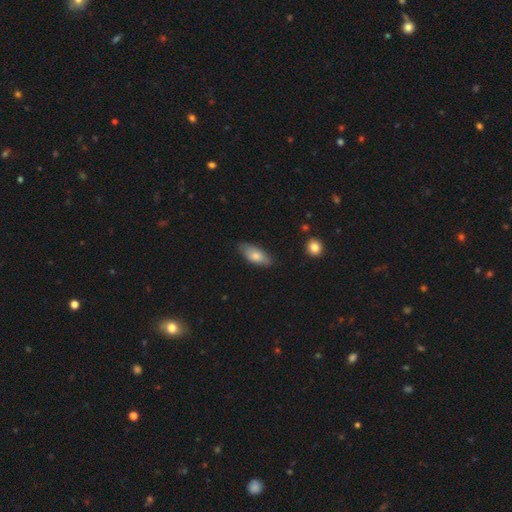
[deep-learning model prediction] Smooth or featured? Predicted: smooth (p=0.76). How rounded? Predicted: in between (p=0.83). Merging? Predicted: none (p=0.76).